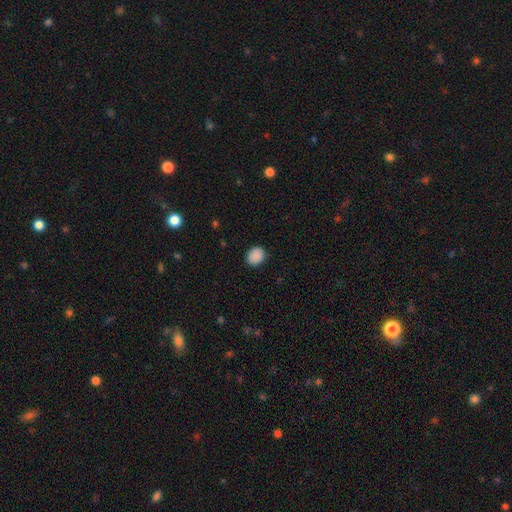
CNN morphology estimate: A smooth galaxy with no disk features (89%) that is round (56%).

Vote fractions:
- Smooth or featured? smooth: 89% / star or artifact: 8% / featured or disk: 3%
- How rounded? round: 56% / in between: 43% / cigar-shaped: 1%
- Merging? none: 86% / minor disturbance: 11% / major disturbance: 2% / merger: 1%